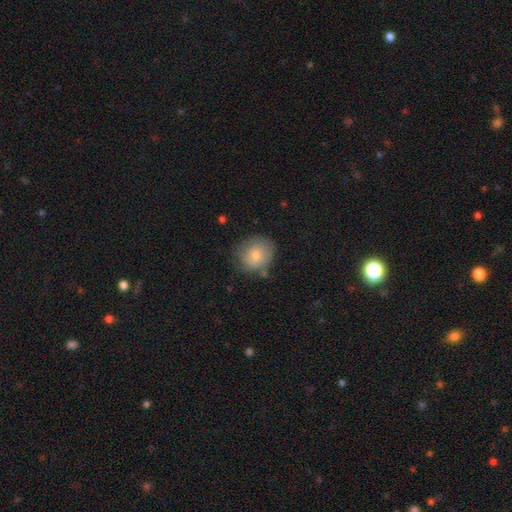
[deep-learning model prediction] This is likely a smooth galaxy (78%). How rounded: clearly round (81%). Merging: likely none (65%).